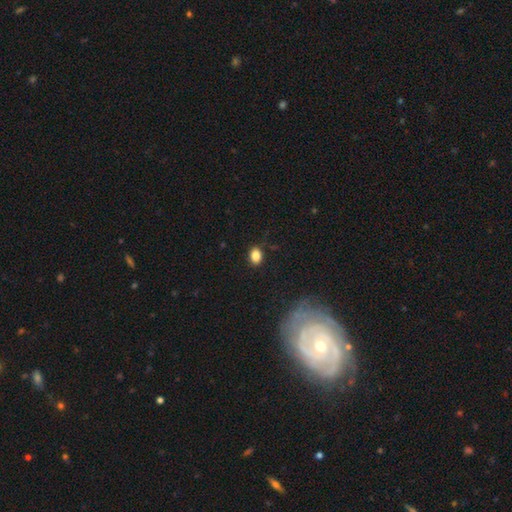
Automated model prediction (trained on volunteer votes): Morphology: type=smooth (84%); roundness=in between (70%); merging=none (85%).